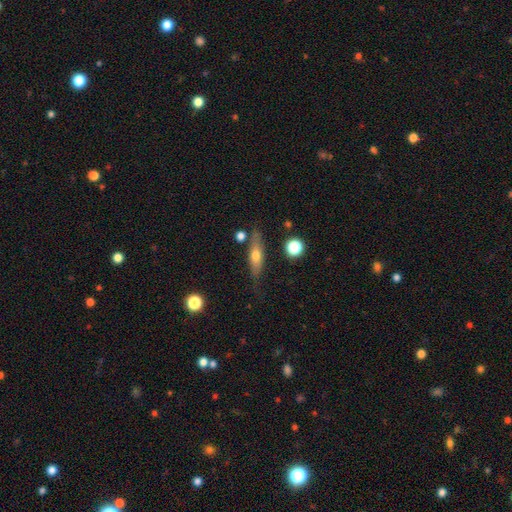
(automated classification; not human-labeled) smooth-or-featured: smooth: 52% | featured or disk: 41% | star or artifact: 7%
  how-rounded: cigar-shaped: 60% | in between: 35% | round: 4%
  merging: none: 73% | minor disturbance: 17% | merger: 5% | major disturbance: 5%